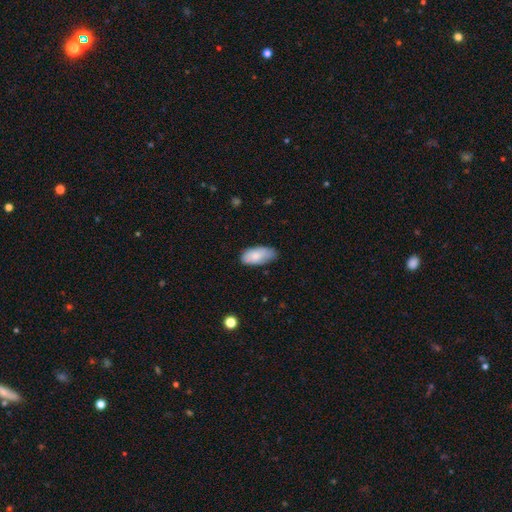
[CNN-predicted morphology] This is likely a smooth galaxy (80%). How rounded: clearly in between (93%). Merging: likely none (67%).